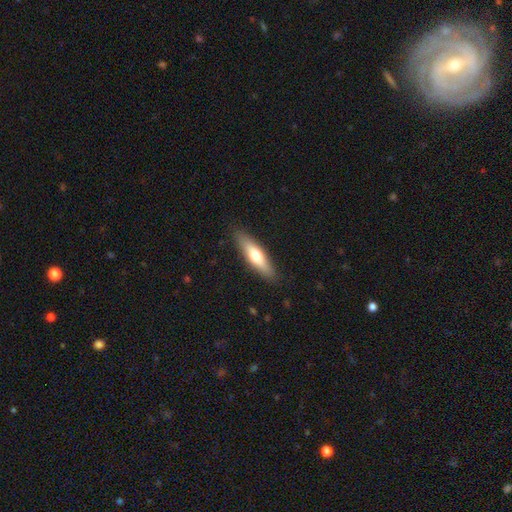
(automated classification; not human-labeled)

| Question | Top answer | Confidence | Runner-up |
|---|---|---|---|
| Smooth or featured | smooth | 57% | featured or disk (38%) |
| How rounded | cigar-shaped | 65% | in between (33%) |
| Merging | none | 88% | minor disturbance (9%) |